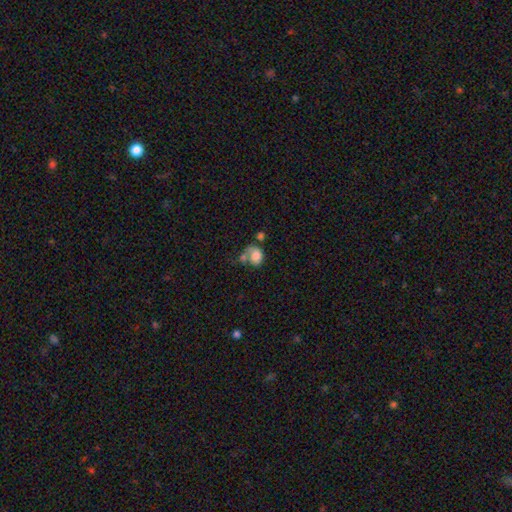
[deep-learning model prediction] The model was most divided on "merging": merger: 37%, major disturbance: 23%, none: 23%, minor disturbance: 16%. More confident: smooth or featured — smooth (66%); how rounded — in between (58%).